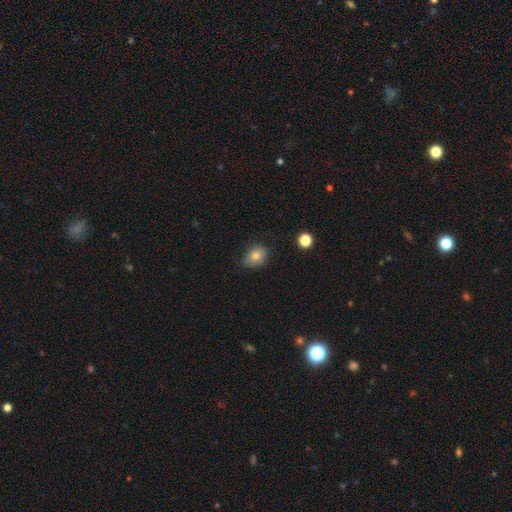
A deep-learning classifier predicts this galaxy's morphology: This appears to be a smooth galaxy with no disk features (81%) that is in between round and cigar-shaped (53%). Merging: none (73%).